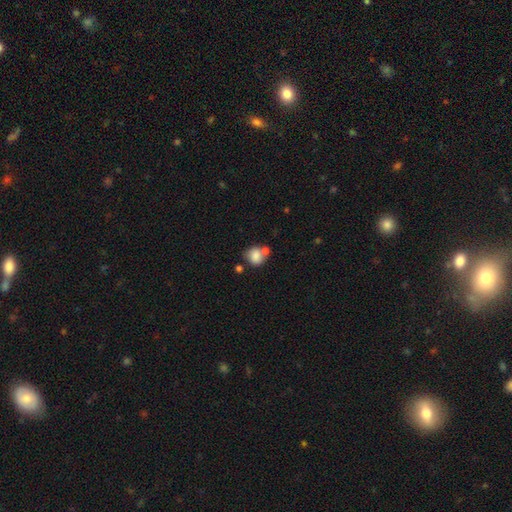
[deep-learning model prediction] Q: Smooth or featured?
A: smooth (81%); runner-up: featured or disk (10%)
Q: How rounded?
A: round (68%); runner-up: in between (31%)
Q: Merging?
A: none (44%); runner-up: merger (35%)